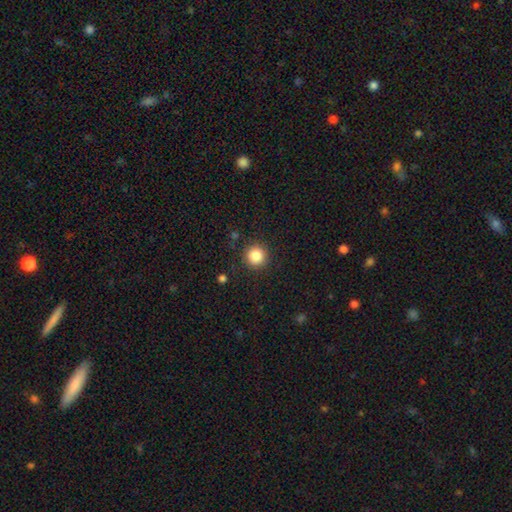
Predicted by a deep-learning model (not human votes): The model was most divided on "smooth or featured": smooth: 85%, star or artifact: 11%, featured or disk: 5%. More confident: how rounded — round (95%); merging — none (90%).